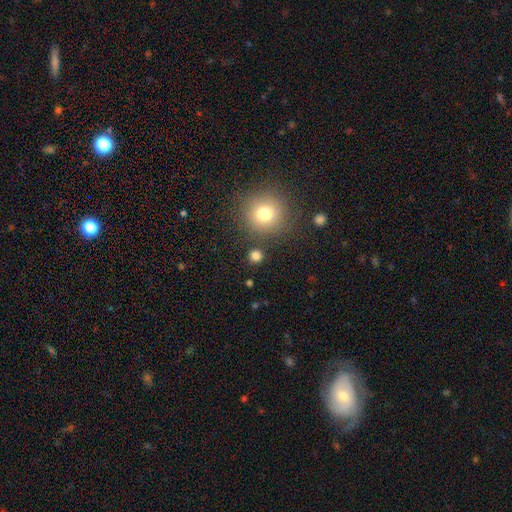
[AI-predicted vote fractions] smooth-or-featured: smooth: 79% | star or artifact: 16% | featured or disk: 5%
  how-rounded: round: 91% | in between: 8% | cigar-shaped: 1%
  merging: none: 85% | minor disturbance: 6% | merger: 6% | major disturbance: 3%